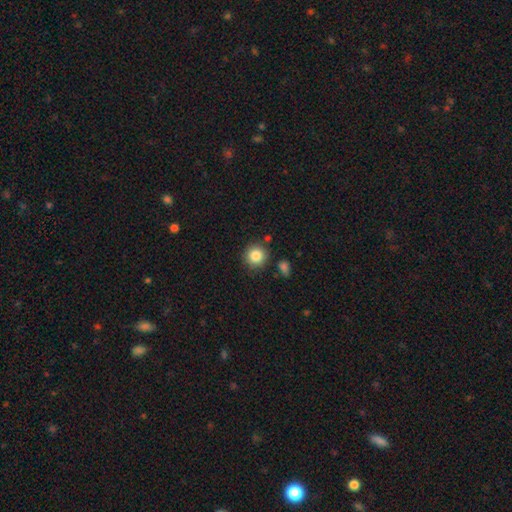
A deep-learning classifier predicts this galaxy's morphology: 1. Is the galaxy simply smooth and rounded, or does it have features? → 85% smooth, 9% star or artifact, 5% featured or disk.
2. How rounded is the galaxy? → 92% round, 7% in between, 1% cigar-shaped.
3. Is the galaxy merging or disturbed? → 84% none, 8% minor disturbance, 5% merger, 3% major disturbance.